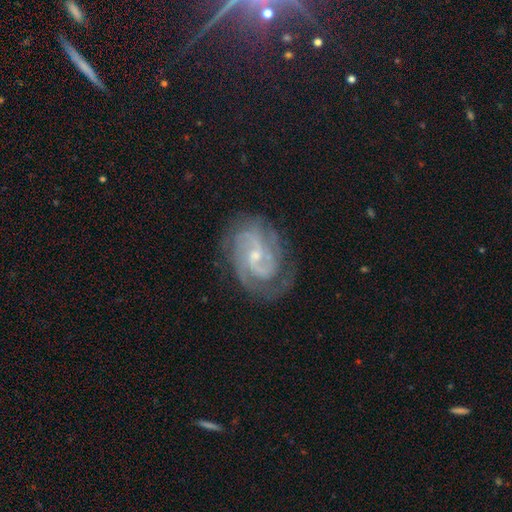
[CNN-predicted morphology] featured or disk 90%, star or artifact 5%, smooth 5%. Down the decision tree: edge-on disk — no (98%); bar — weak (45%); spiral arms — yes (98%); spiral arm count — 2 (52%); spiral winding — tight (52%); bulge size — small (67%); merging — none (74%).